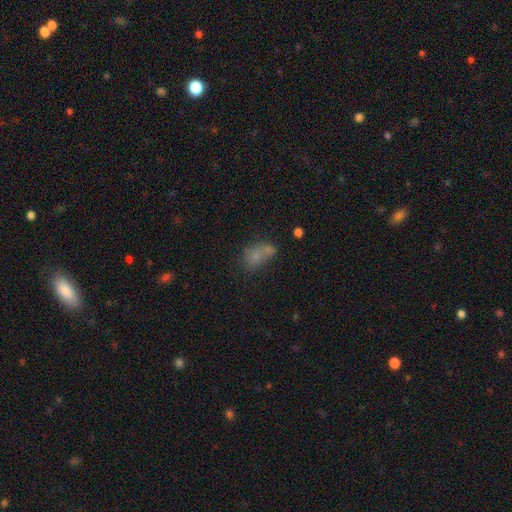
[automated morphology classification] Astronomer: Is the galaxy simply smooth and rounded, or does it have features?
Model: smooth — 68%.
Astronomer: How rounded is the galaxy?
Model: in between — 71%.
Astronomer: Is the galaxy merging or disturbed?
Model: merger — 41% (runner-up: none, 32%).